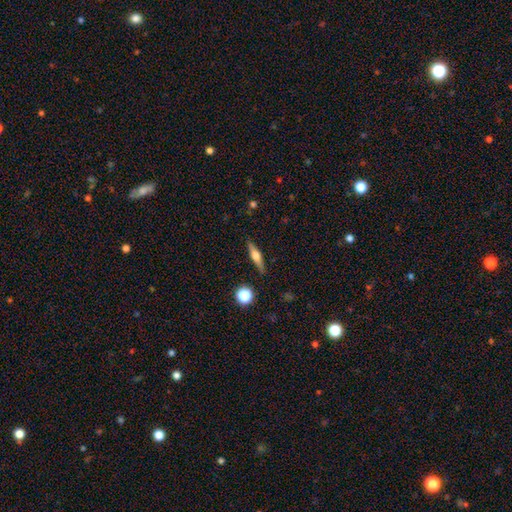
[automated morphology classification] Smooth or featured? Predicted: featured or disk (p=0.57). Edge-on disk? Predicted: yes (p=0.96). Edge-on bulge? Predicted: rounded (p=0.90). Merging? Predicted: none (p=0.88).